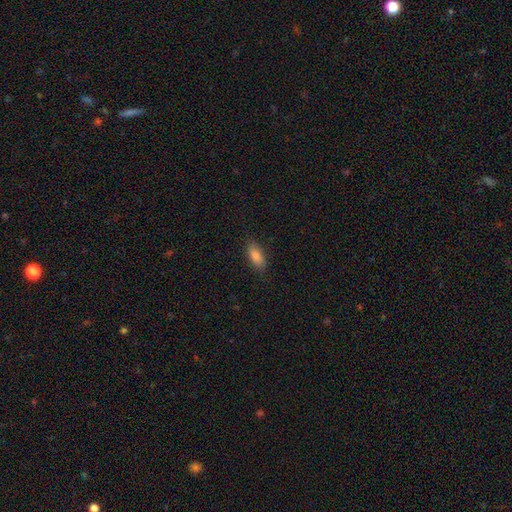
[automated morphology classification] Smooth or featured? smooth (85%)
How rounded? in between (84%)
Merging? none (84%)